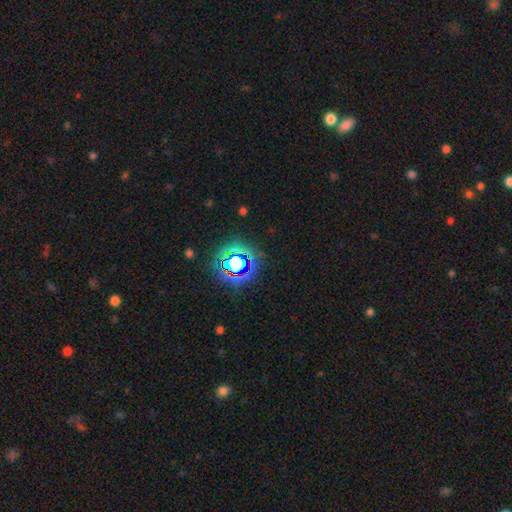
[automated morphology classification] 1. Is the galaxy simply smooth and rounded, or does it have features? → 77% star or artifact, 15% smooth, 8% featured or disk.